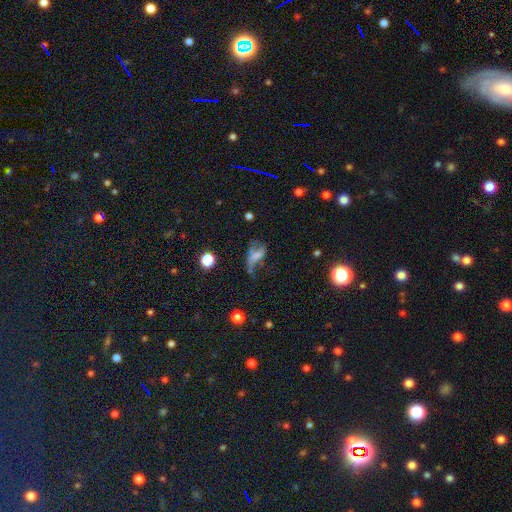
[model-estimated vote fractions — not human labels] Smooth or featured? Predicted: featured or disk (p=0.42). Merging? Predicted: major disturbance (p=0.46).